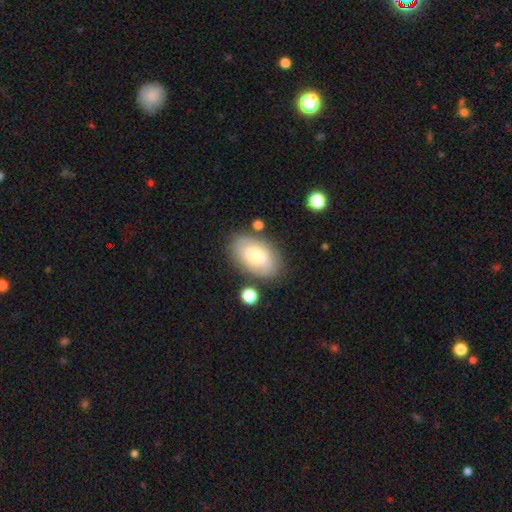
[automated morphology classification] A smooth galaxy with no disk features (60%) that is in between round and cigar-shaped (93%).

Vote fractions:
- Smooth or featured? smooth: 60% / featured or disk: 33% / star or artifact: 7%
- How rounded? in between: 93% / round: 6% / cigar-shaped: 2%
- Merging? none: 74% / minor disturbance: 16% / merger: 6% / major disturbance: 5%